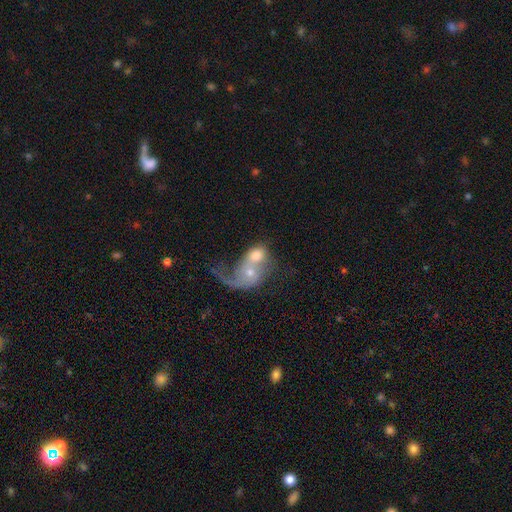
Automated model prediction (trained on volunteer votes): Smooth or featured? featured or disk (49%)
Merging? merger (79%)